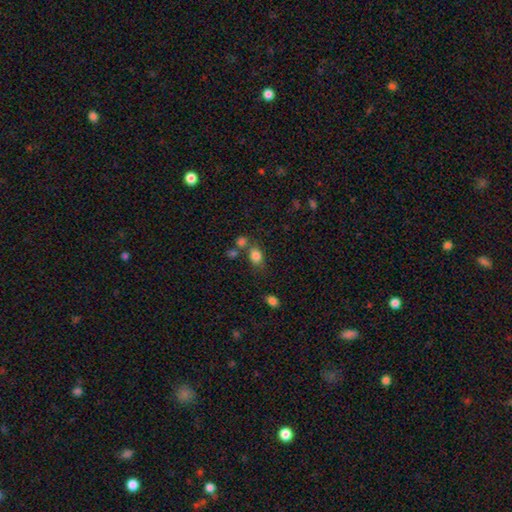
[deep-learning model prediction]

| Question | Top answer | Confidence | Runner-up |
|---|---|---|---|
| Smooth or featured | smooth | 82% | star or artifact (11%) |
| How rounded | in between | 59% | round (39%) |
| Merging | none | 59% | merger (20%) |